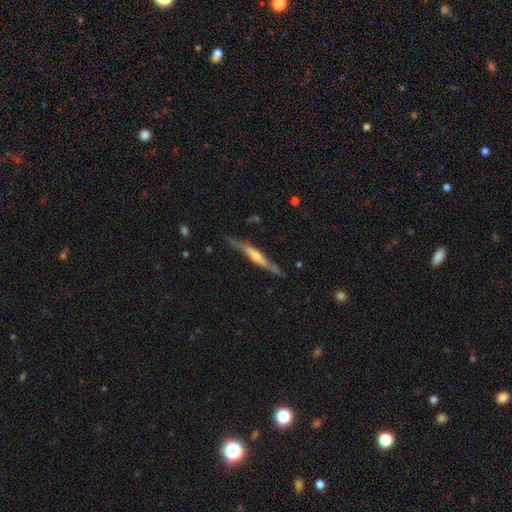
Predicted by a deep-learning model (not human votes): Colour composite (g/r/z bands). It shows a featured or disk galaxy (66%) viewed edge-on (89%) with a rounded central bulge (52%). Merging: none (72%).